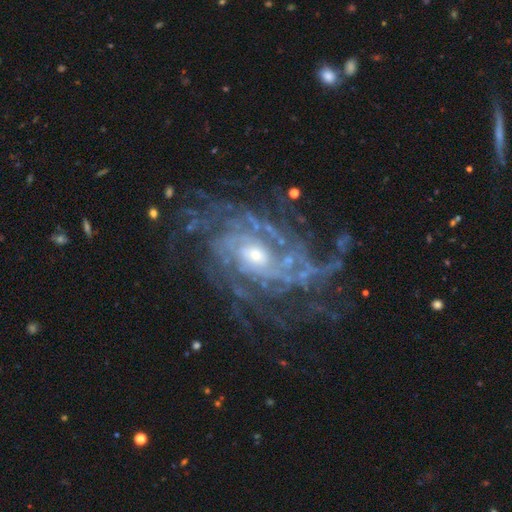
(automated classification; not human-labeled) Smooth or featured?
  - featured or disk: 91% *
  - star or artifact: 6%
  - smooth: 3%
Edge-on disk?
  - no: 97% *
  - yes: 3%
Bar?
  - no: 68% *
  - weak: 24%
  - strong: 9%
Spiral arms?
  - yes: 97% *
  - no: 3%
Spiral winding?
  - tight: 63% *
  - medium: 29%
  - loose: 8%
Spiral arm count?
  - can't tell: 24% * (tied)
  - more than 4: 24% * (tied)
  - 4: 20%
  - 3: 12%
  - 2: 11%
  - 1: 8%
Bulge size?
  - small: 55% *
  - moderate: 39%
  - large: 4%
  - none: 1%
  - dominant: 1%
Merging?
  - none: 68% *
  - minor disturbance: 16%
  - major disturbance: 14%
  - merger: 2%